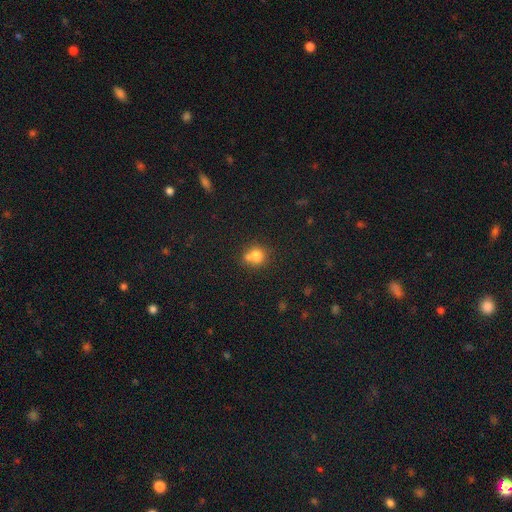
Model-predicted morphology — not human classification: Smooth or featured?
  - smooth: 77% *
  - star or artifact: 12%
  - featured or disk: 11%
How rounded?
  - round: 81% *
  - in between: 18%
  - cigar-shaped: 1%
Merging?
  - none: 47% *
  - merger: 36%
  - minor disturbance: 13%
  - major disturbance: 4%